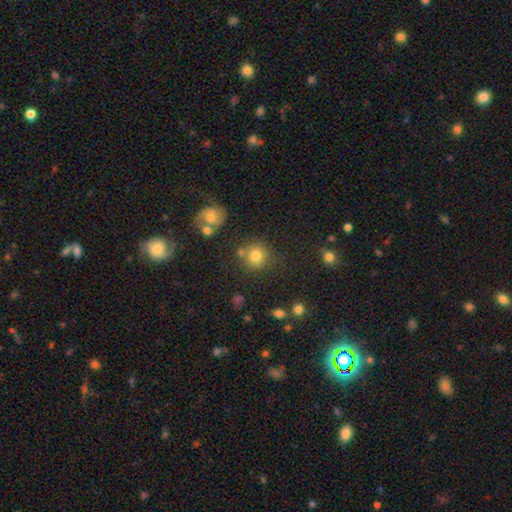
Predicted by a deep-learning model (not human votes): A smooth galaxy with no disk features (79%) that is round (89%). Merging: none (73%).